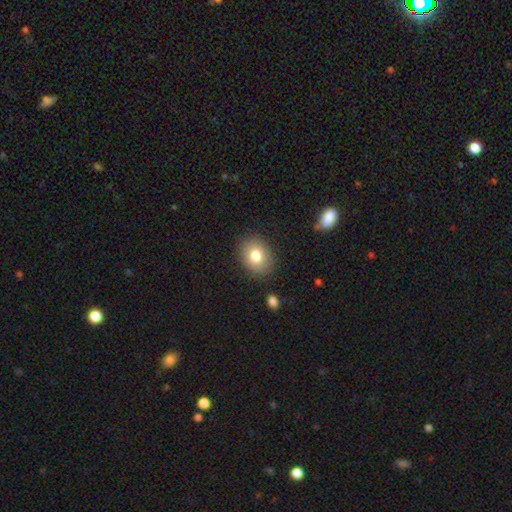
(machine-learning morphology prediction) Overall: smooth (79%). How rounded: in between (52%; round 47%). Merging: none (85%).